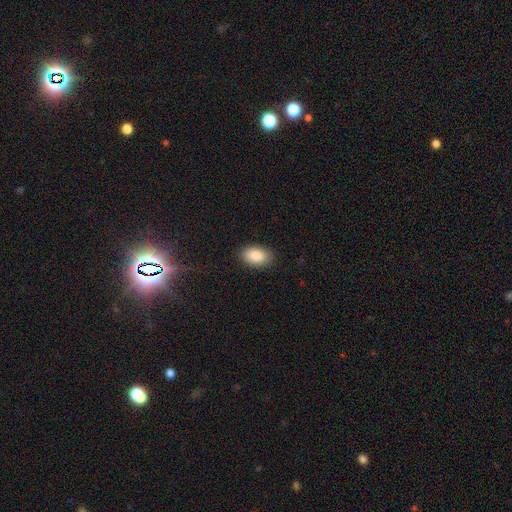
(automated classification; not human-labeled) Morphology: type=smooth (89%); roundness=in between (92%); merging=none (87%).